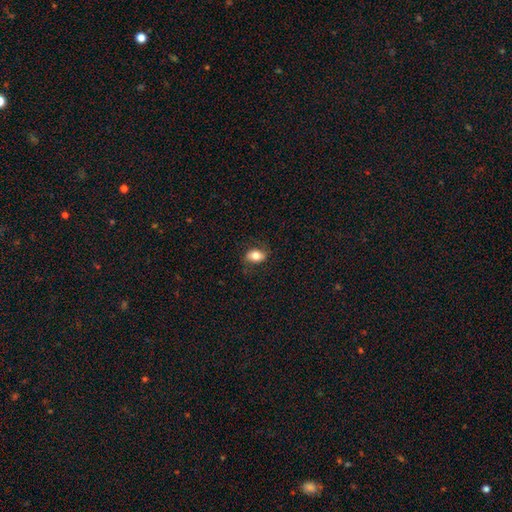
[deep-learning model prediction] smooth_or_featured: smooth (p=0.77) [alt: featured or disk p=0.15]
how_rounded: in between (p=0.83) [alt: round p=0.15]
merging: none (p=0.79) [alt: minor disturbance p=0.15]